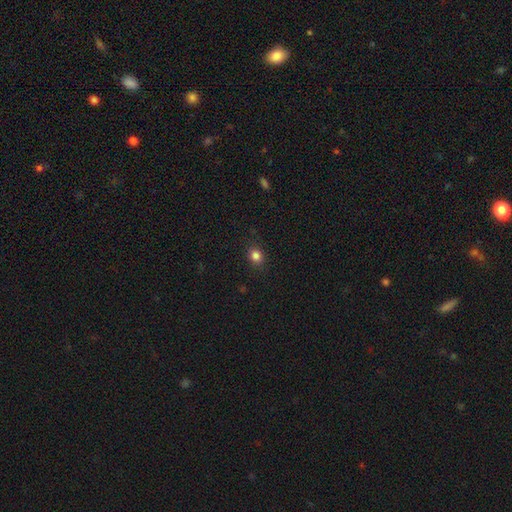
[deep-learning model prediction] Morphology: type=smooth (83%); roundness=round (70%); merging=none (88%).